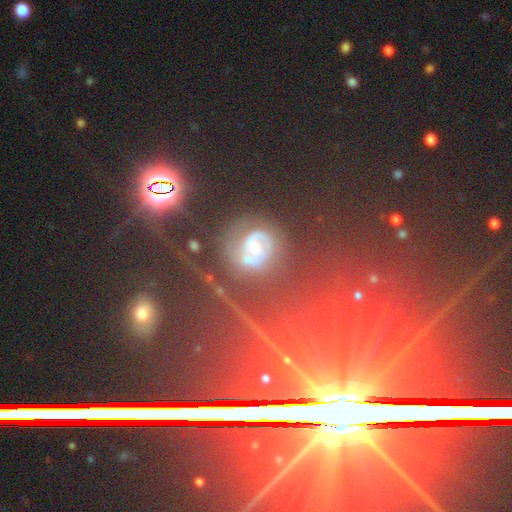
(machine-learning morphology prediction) type=star or artifact (51%).